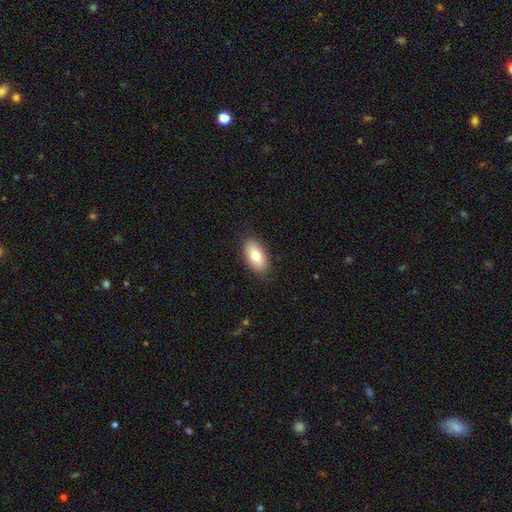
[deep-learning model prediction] Smooth or featured?
  - smooth: 77% *
  - featured or disk: 17%
  - star or artifact: 7%
How rounded?
  - in between: 92% *
  - cigar-shaped: 5%
  - round: 3%
Merging?
  - none: 87% *
  - minor disturbance: 10%
  - major disturbance: 2%
  - merger: 1%